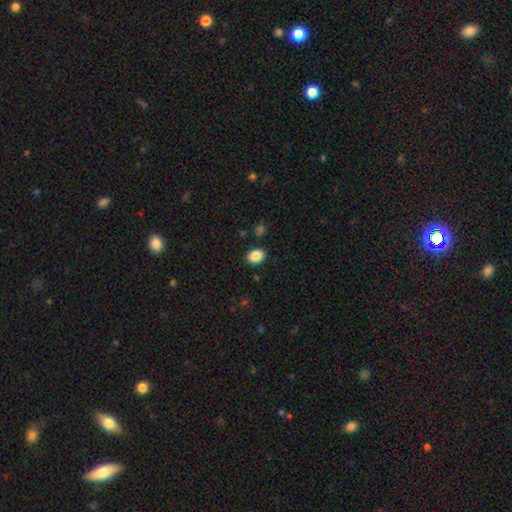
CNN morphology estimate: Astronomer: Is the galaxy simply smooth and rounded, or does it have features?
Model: smooth — 87%.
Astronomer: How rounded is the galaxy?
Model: in between — 69%.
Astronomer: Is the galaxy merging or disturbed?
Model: none — 88%.